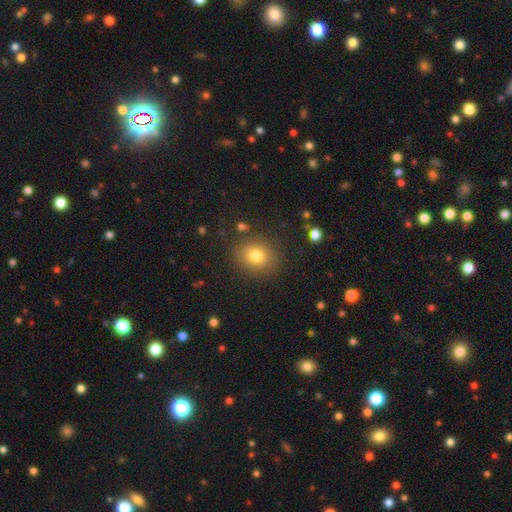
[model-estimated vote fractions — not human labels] Smooth or featured: smooth — 79% (star or artifact — 12%)
How rounded: round — 67% (in between — 32%)
Merging: none — 85% (minor disturbance — 9%)